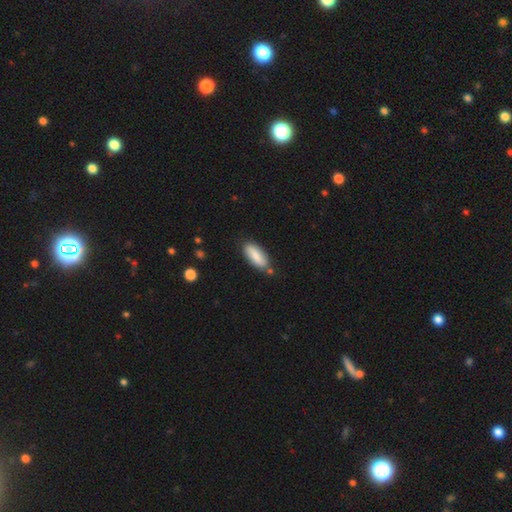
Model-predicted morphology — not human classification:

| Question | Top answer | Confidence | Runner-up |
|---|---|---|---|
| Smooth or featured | smooth | 79% | featured or disk (15%) |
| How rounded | in between | 74% | cigar-shaped (24%) |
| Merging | none | 77% | minor disturbance (15%) |